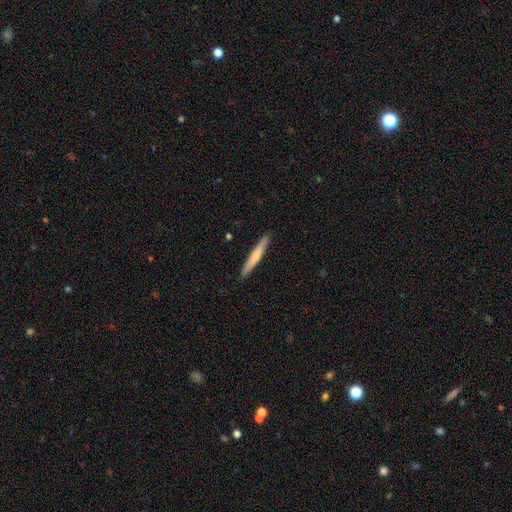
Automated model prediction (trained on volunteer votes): A smooth galaxy with no disk features (62%) that is cigar-shaped (95%).

Vote fractions:
- Smooth or featured? smooth: 62% / featured or disk: 33% / star or artifact: 5%
- How rounded? cigar-shaped: 95% / in between: 4% / round: 1%
- Merging? none: 90% / minor disturbance: 8% / major disturbance: 1% / merger: 1%